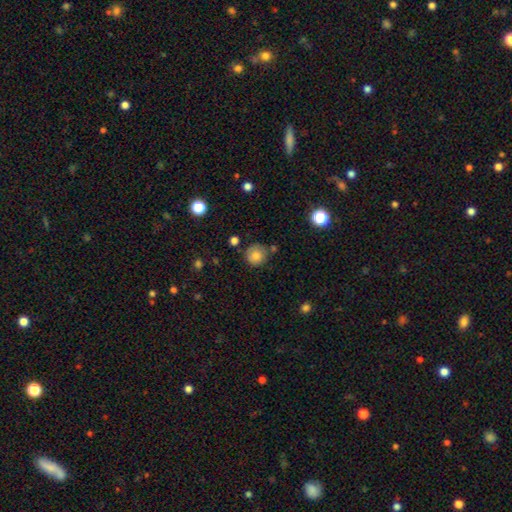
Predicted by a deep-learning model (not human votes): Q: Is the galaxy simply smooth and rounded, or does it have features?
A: smooth — 80%.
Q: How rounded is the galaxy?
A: round — 92%.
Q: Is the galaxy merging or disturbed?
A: none — 76%.